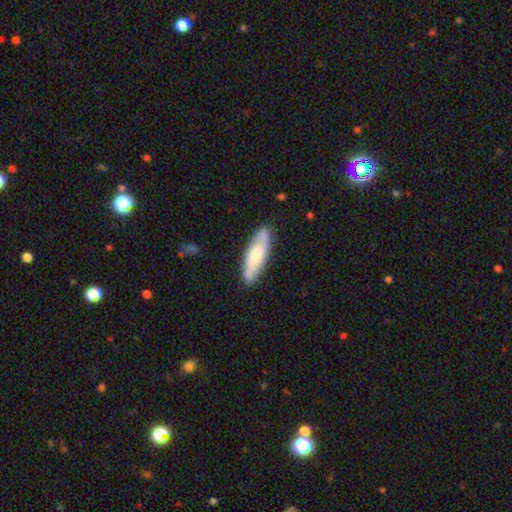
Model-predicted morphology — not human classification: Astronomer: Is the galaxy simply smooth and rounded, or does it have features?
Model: smooth — 63%.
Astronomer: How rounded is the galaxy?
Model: cigar-shaped — 56% (runner-up: in between, 42%).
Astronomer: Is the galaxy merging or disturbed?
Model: none — 85%.